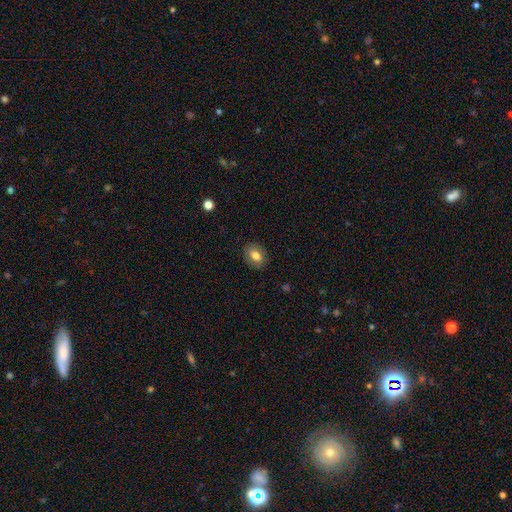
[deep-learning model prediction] Smooth or featured: smooth — 79% (featured or disk — 13%)
How rounded: in between — 68% (round — 31%)
Merging: none — 85% (minor disturbance — 11%)